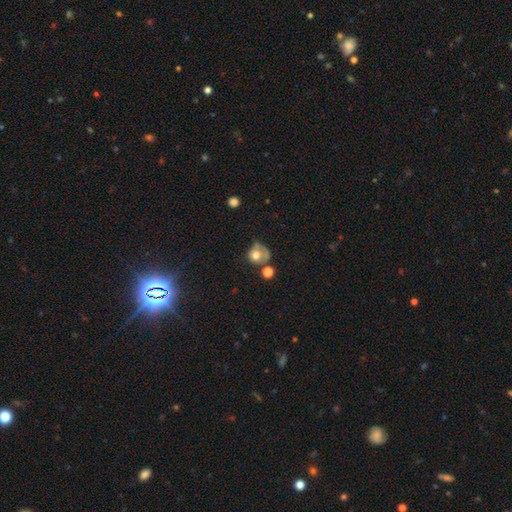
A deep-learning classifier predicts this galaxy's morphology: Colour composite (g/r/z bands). It shows a smooth galaxy with no disk features (68%) that is round (71%). Merging: none (32%).